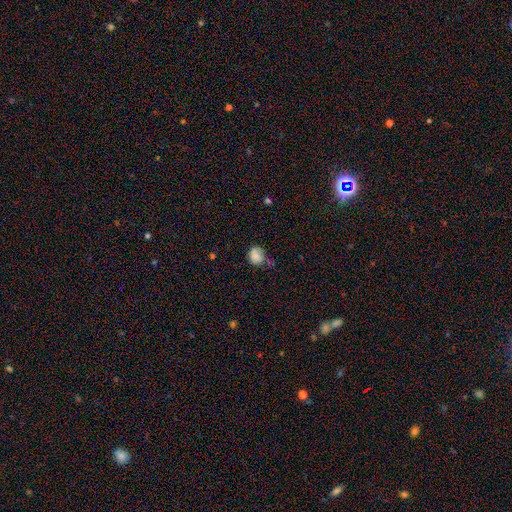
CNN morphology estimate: smooth-or-featured: smooth: 83% | star or artifact: 9% | featured or disk: 8%
  how-rounded: round: 69% | in between: 30% | cigar-shaped: 1%
  merging: none: 55% | minor disturbance: 30% | major disturbance: 8% | merger: 6%